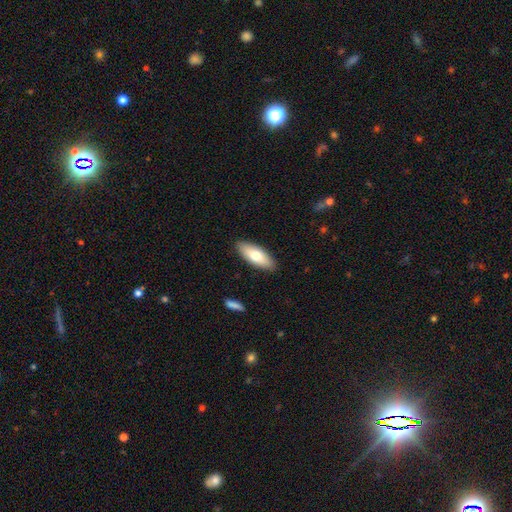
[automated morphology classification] This is likely a smooth galaxy (72%). How rounded: likely in between (73%). Merging: clearly none (89%).